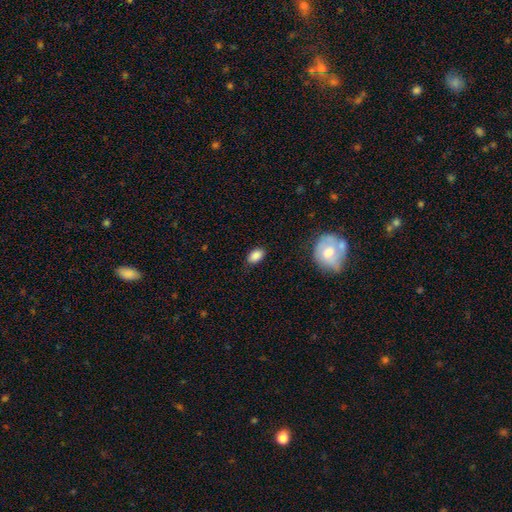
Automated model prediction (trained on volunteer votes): Q: Smooth or featured?
A: smooth (87%); runner-up: star or artifact (9%)
Q: How rounded?
A: in between (89%); runner-up: round (9%)
Q: Merging?
A: none (82%); runner-up: minor disturbance (14%)